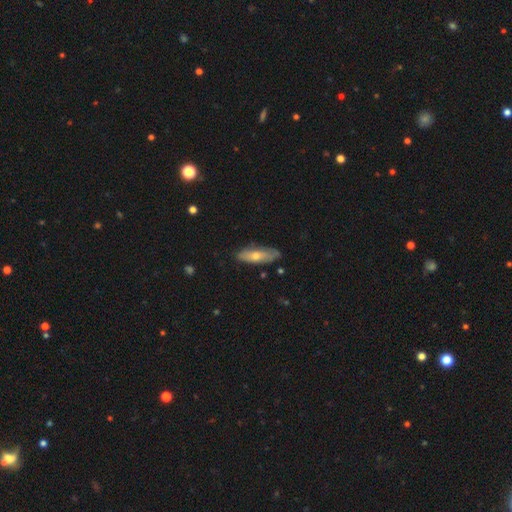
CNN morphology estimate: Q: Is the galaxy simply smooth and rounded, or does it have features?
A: smooth — 52%.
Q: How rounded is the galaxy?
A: in between — 50%.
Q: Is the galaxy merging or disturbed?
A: none — 78%.